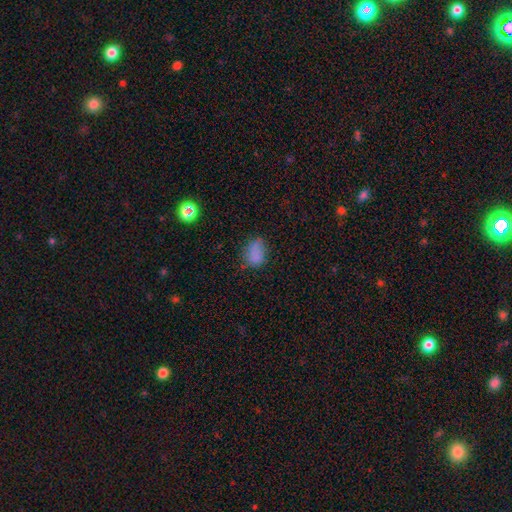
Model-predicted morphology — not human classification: A smooth galaxy with no disk features (77%) that is in between round and cigar-shaped (77%). Merging: none (51%).